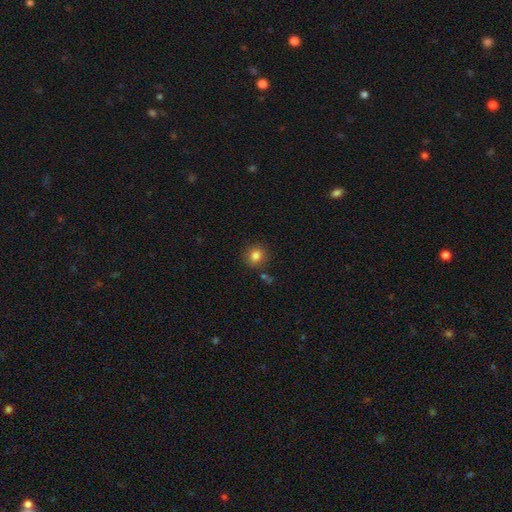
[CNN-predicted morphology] smooth_or_featured: smooth (p=0.83) [alt: star or artifact p=0.11]
how_rounded: round (p=0.84) [alt: in between p=0.16]
merging: none (p=0.83) [alt: minor disturbance p=0.09]